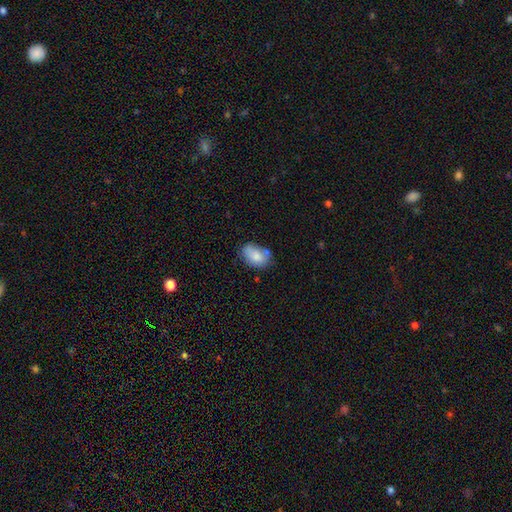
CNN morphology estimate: smooth_or_featured: smooth (p=0.79) [alt: featured or disk p=0.13]
how_rounded: in between (p=0.87) [alt: round p=0.12]
merging: none (p=0.57) [alt: minor disturbance p=0.27]